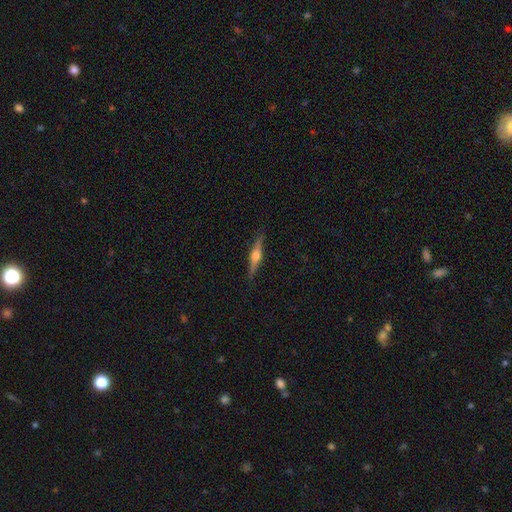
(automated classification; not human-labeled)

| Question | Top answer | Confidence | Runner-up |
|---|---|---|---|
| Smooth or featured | featured or disk | 71% | smooth (24%) |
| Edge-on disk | yes | 98% | no (2%) |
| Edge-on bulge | rounded | 93% | boxy (4%) |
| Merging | none | 89% | minor disturbance (8%) |